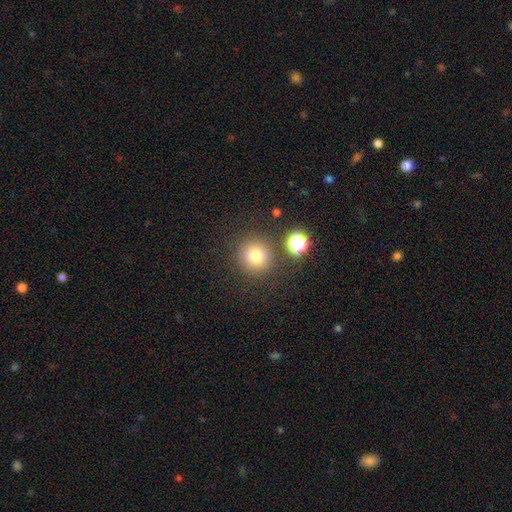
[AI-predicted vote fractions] This appears to be a smooth galaxy with no disk features (77%) that is round (94%). Merging: none (84%).